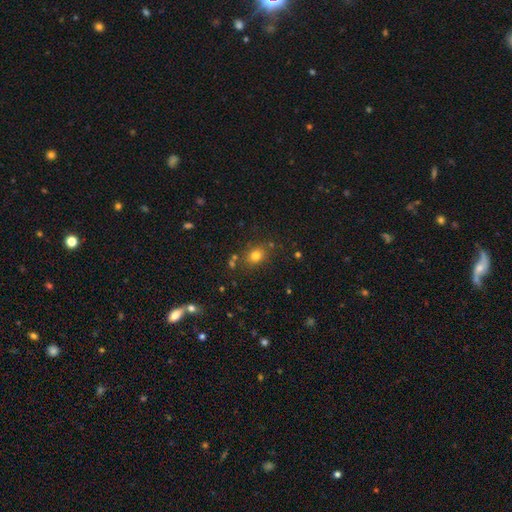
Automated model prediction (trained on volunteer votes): Overall: smooth (77%). How rounded: round (55%; in between 44%). Merging: none (78%).